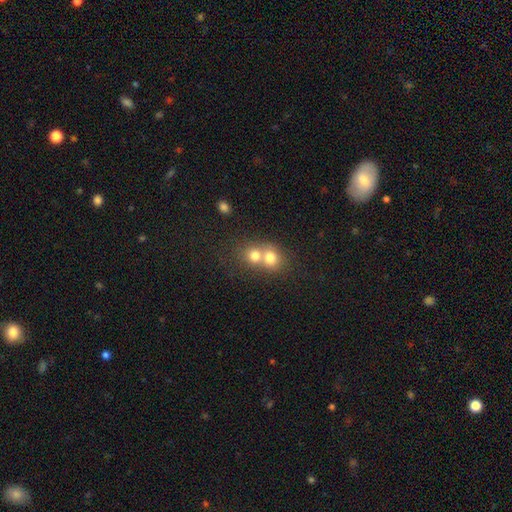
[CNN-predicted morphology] A smooth galaxy with no disk features (71%) that is round (72%). Merging: merger (70%).